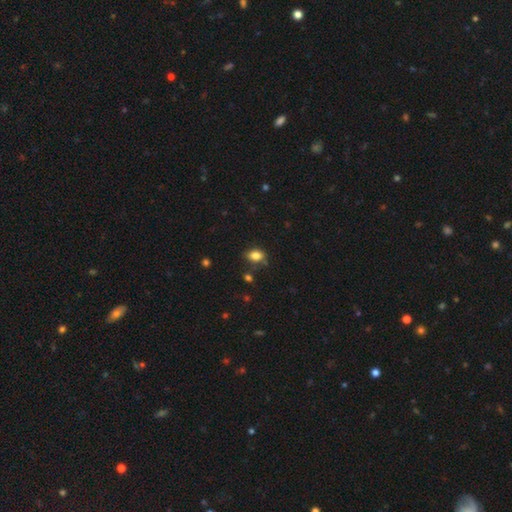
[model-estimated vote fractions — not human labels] A smooth galaxy with no disk features (83%) that is in between round and cigar-shaped (75%). Merging: none (72%).